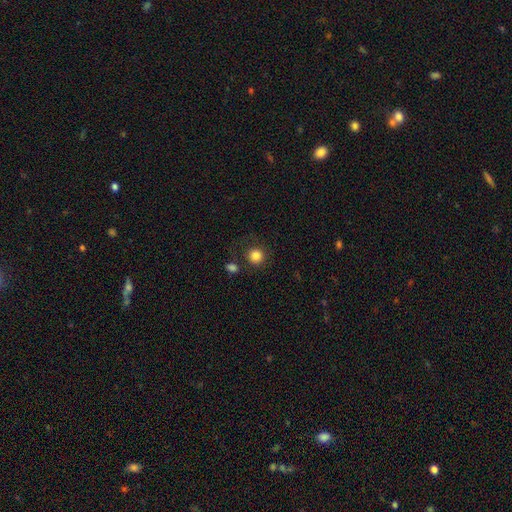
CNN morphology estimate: smooth_or_featured: smooth (p=0.84) [alt: star or artifact p=0.11]
how_rounded: round (p=0.92) [alt: in between p=0.07]
merging: none (p=0.80) [alt: minor disturbance p=0.09]